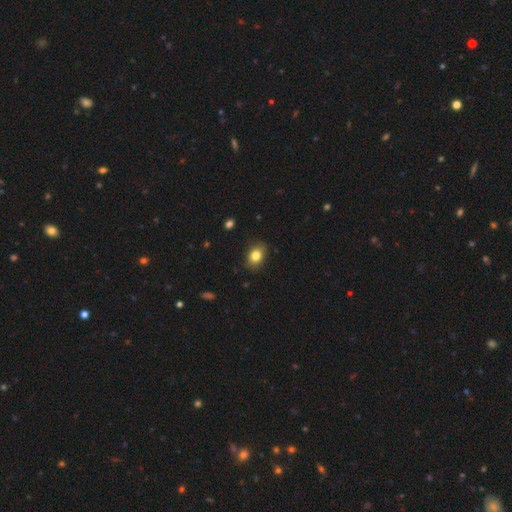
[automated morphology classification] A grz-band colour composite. It shows a smooth galaxy with no disk features (81%) that is in between round and cigar-shaped (68%). Merging: none (84%).